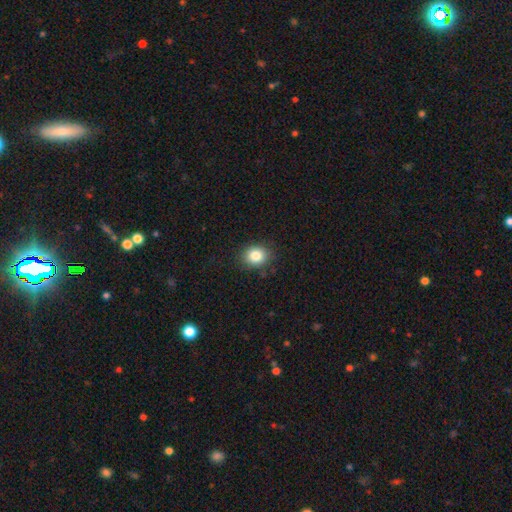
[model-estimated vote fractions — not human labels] Smooth or featured? smooth (83%)
How rounded? round (67%)
Merging? none (87%)